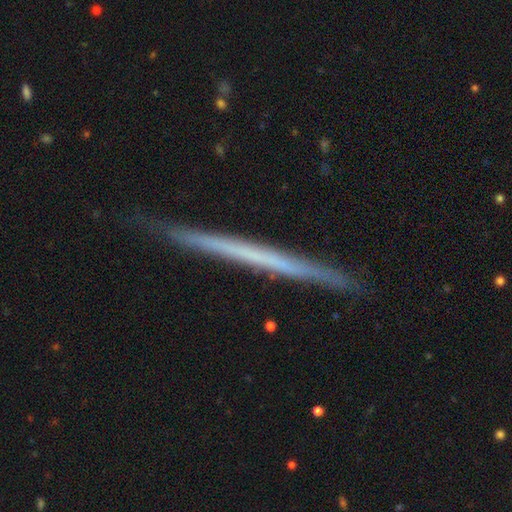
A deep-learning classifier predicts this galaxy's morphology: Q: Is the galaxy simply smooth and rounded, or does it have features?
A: featured or disk — 61%.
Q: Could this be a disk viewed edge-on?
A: yes — 98%.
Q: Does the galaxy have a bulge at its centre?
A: none — 94%.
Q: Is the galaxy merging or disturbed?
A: none — 89%.